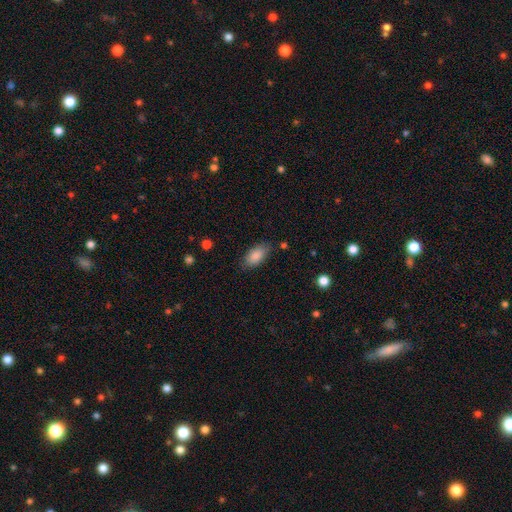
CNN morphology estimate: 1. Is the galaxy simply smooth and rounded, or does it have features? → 87% smooth, 7% star or artifact, 6% featured or disk.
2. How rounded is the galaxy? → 91% in between, 6% cigar-shaped, 3% round.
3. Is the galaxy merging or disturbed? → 80% none, 15% minor disturbance, 4% major disturbance, 2% merger.